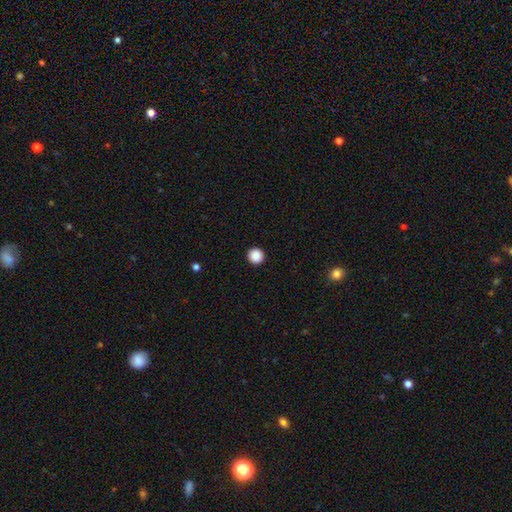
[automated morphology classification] Q: Smooth or featured?
A: smooth (89%); runner-up: star or artifact (9%)
Q: How rounded?
A: round (96%); runner-up: in between (3%)
Q: Merging?
A: none (94%); runner-up: minor disturbance (4%)